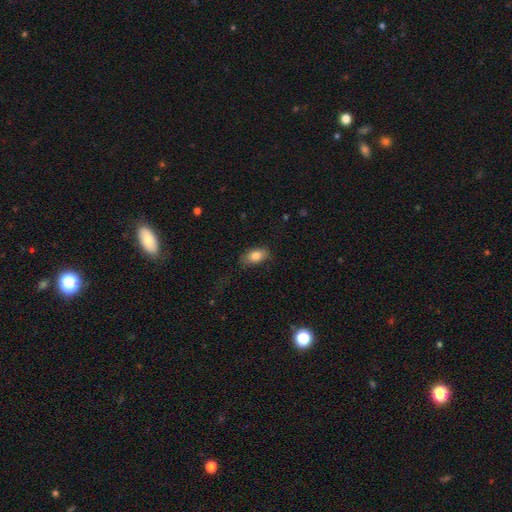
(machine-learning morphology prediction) Smooth or featured? smooth (83%)
How rounded? in between (89%)
Merging? none (74%)